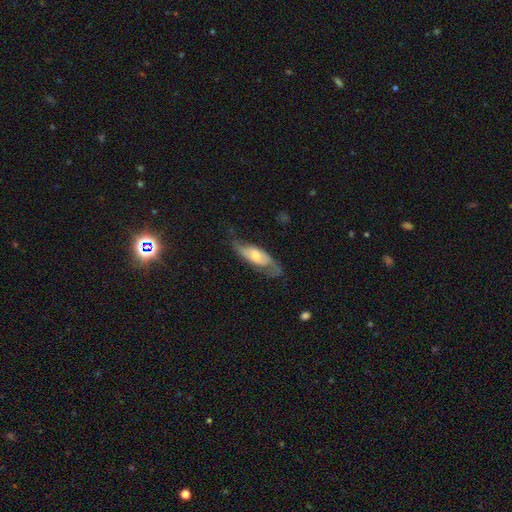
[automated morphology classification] The model was most divided on "bulge size": moderate: 55%, small: 33%, large: 8%, none: 3%, dominant: 1%. More confident: spiral arms — yes (81%); edge-on disk — no (80%); smooth or featured — featured or disk (64%); merging — none (60%); bar — no (57%).